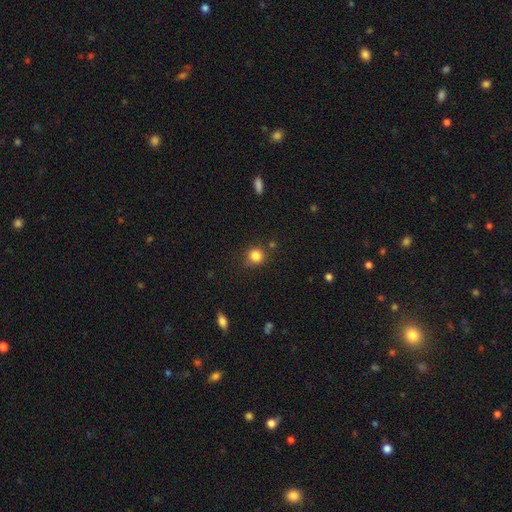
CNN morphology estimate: Overall: smooth (84%). How rounded: round (88%). Merging: none (80%).